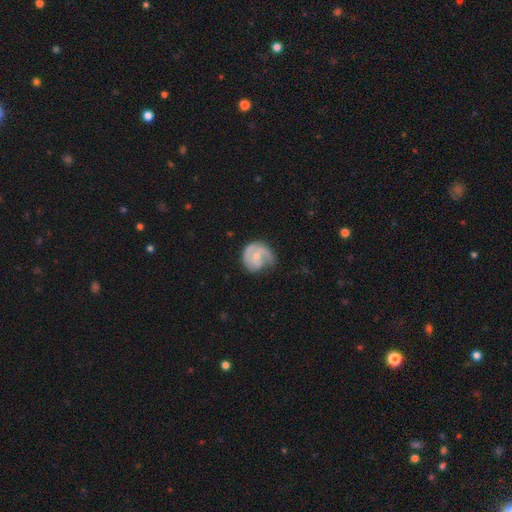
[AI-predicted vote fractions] This appears to be a featured or disk galaxy (75%) with no bar (65%), 1 (45%) tight (41%) spiral arms (91%) and a small central bulge (61%). Merging: none (51%).